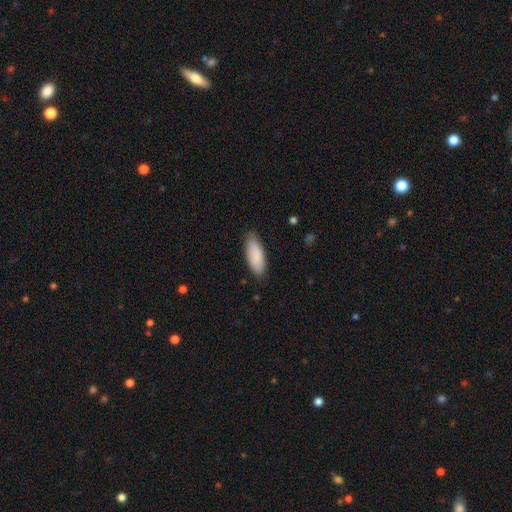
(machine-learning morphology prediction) A smooth galaxy with no disk features (89%) that is in between round and cigar-shaped (79%).

Vote fractions:
- Smooth or featured? smooth: 89% / featured or disk: 6% / star or artifact: 5%
- How rounded? in between: 79% / cigar-shaped: 20% / round: 2%
- Merging? none: 85% / minor disturbance: 12% / major disturbance: 2% / merger: 1%